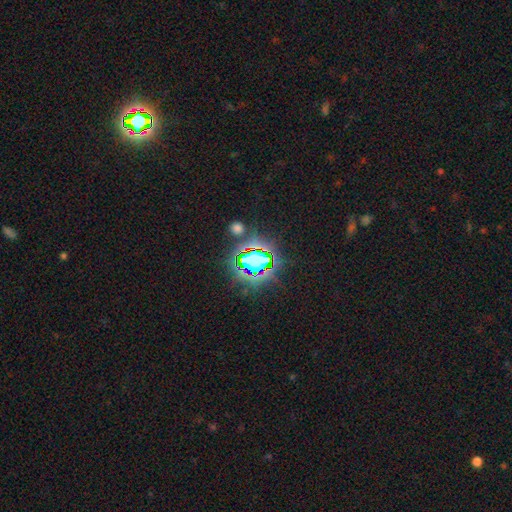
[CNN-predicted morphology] The model was most divided on "smooth or featured": star or artifact: 81%, smooth: 12%, featured or disk: 7%.